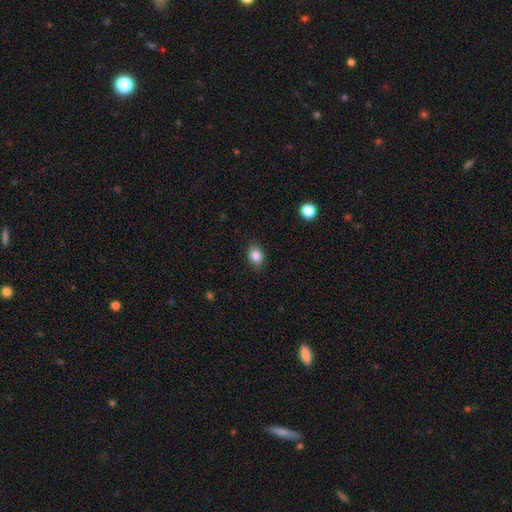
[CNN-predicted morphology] Q: Smooth or featured?
A: smooth (84%); runner-up: star or artifact (10%)
Q: How rounded?
A: in between (56%); runner-up: round (42%)
Q: Merging?
A: none (84%); runner-up: minor disturbance (12%)